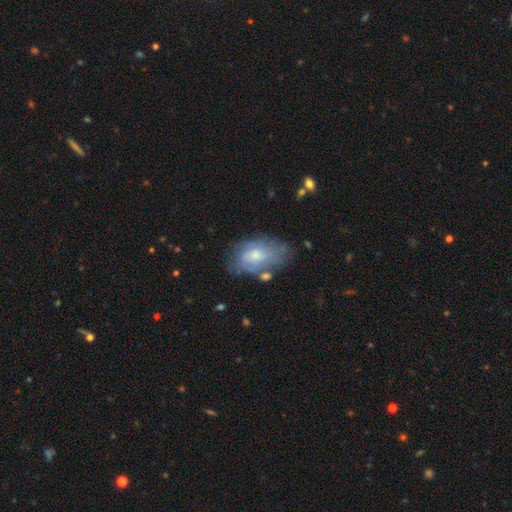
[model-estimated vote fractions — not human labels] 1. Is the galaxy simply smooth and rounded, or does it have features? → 56% smooth, 37% featured or disk, 7% star or artifact.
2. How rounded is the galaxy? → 91% in between, 7% round, 2% cigar-shaped.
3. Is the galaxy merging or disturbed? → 52% none, 28% minor disturbance, 13% major disturbance, 7% merger.